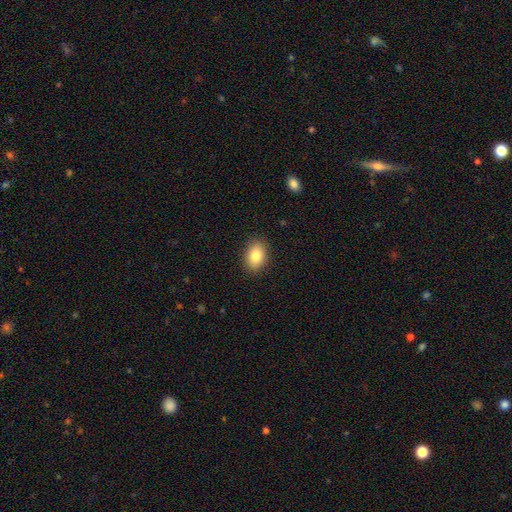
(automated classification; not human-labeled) smooth-or-featured: smooth: 85% | star or artifact: 8% | featured or disk: 8%
  how-rounded: in between: 81% | round: 18% | cigar-shaped: 1%
  merging: none: 89% | minor disturbance: 8% | major disturbance: 2% | merger: 1%